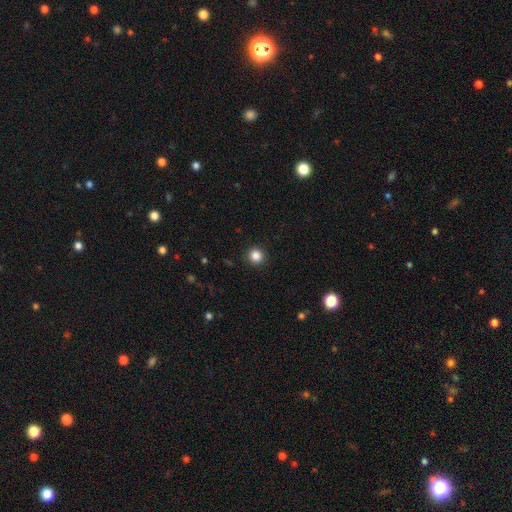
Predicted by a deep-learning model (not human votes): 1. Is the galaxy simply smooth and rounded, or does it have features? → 85% smooth, 11% star or artifact, 4% featured or disk.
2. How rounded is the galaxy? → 95% round, 4% in between, 1% cigar-shaped.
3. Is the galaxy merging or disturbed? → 92% none, 5% minor disturbance, 2% major disturbance, 1% merger.